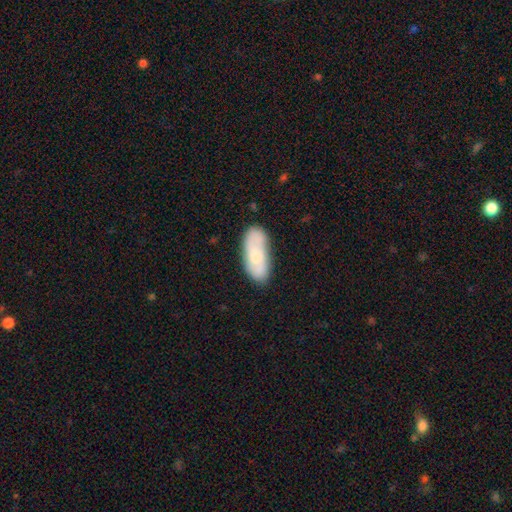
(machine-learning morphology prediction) Q: Smooth or featured?
A: smooth (61%); runner-up: featured or disk (33%)
Q: How rounded?
A: in between (82%); runner-up: cigar-shaped (15%)
Q: Merging?
A: none (72%); runner-up: minor disturbance (20%)